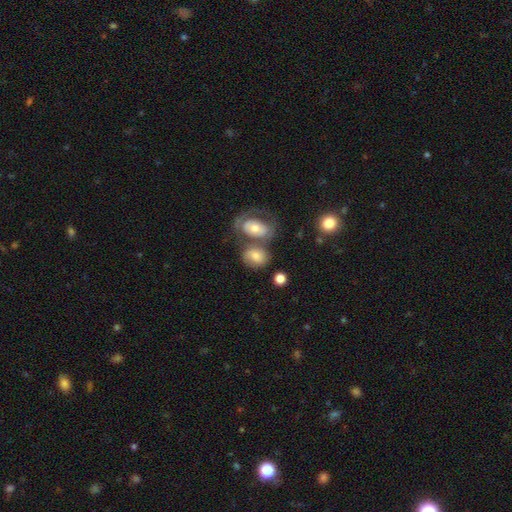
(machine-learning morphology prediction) smooth 61%, featured or disk 31%, star or artifact 8%. Down the decision tree: how rounded — in between (53%); merging — none (40%).